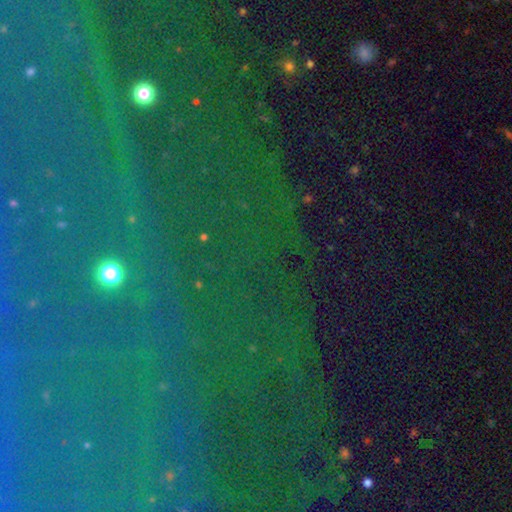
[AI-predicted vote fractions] Smooth or featured: star or artifact — 79% (smooth — 11%)